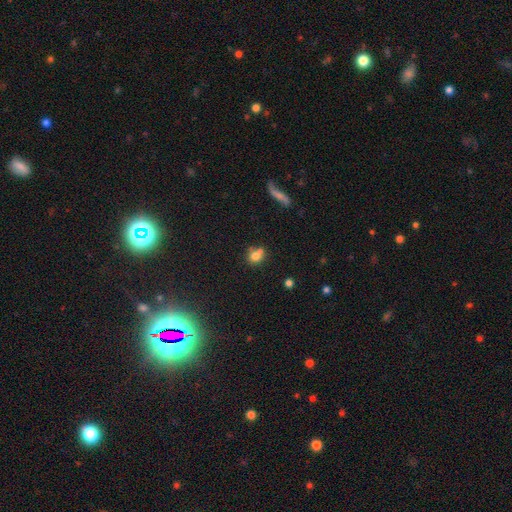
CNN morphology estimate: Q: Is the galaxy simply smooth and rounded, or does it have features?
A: smooth — 74%.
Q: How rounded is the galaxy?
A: round — 70%.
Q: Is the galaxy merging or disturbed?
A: none — 50%.